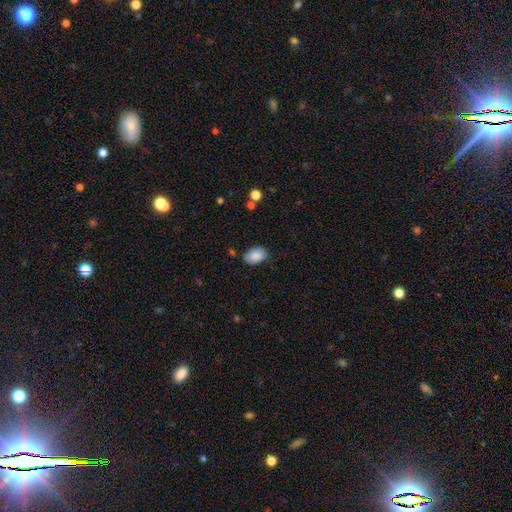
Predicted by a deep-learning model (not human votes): The model was most divided on "merging": none: 79%, minor disturbance: 16%, major disturbance: 3%, merger: 2%. More confident: how rounded — in between (89%); smooth or featured — smooth (87%).